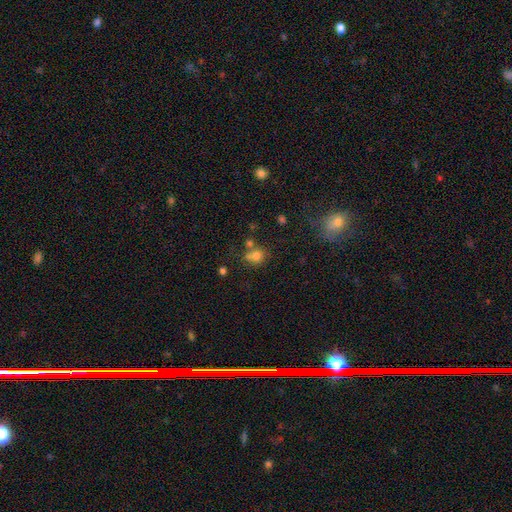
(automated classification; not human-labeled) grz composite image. It shows a smooth galaxy with no disk features (74%) that is round (75%). Merging: none (49%).